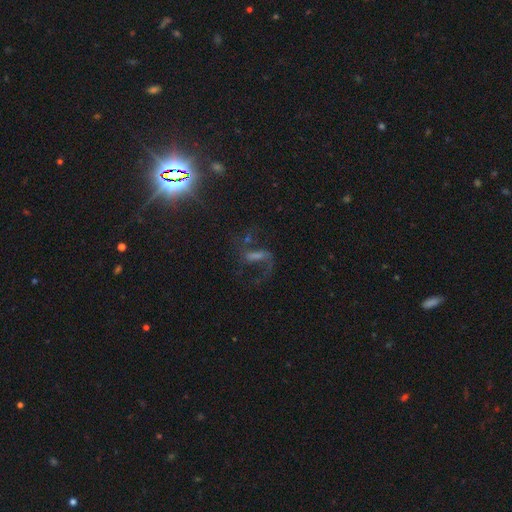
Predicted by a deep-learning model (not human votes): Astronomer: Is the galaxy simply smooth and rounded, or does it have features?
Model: featured or disk — 60%.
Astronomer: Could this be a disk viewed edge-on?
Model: no — 92%.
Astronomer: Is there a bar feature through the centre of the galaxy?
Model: strong — 48% (runner-up: weak, 34%).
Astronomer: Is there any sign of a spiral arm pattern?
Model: yes — 87%.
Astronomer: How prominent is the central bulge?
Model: none — 39% (runner-up: small, 29%).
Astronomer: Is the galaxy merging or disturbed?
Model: none — 59%.